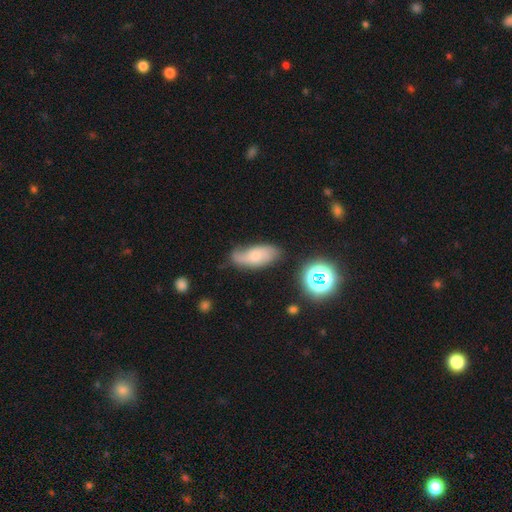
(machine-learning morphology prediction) smooth 48%, featured or disk 41%, star or artifact 11%. Down the decision tree: merging — none (57%).